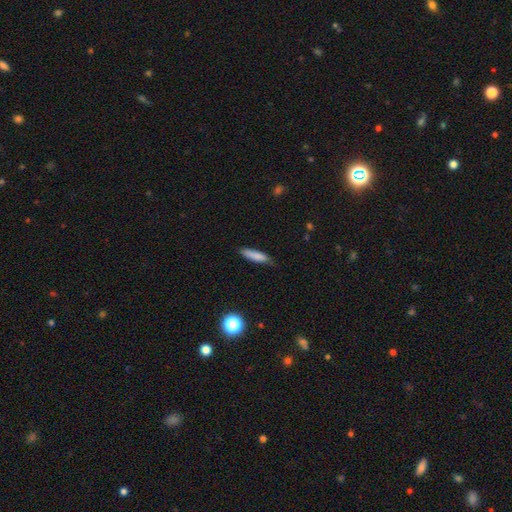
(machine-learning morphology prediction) Smooth or featured: smooth — 83% (featured or disk — 10%)
How rounded: cigar-shaped — 75% (in between — 24%)
Merging: none — 76% (minor disturbance — 19%)